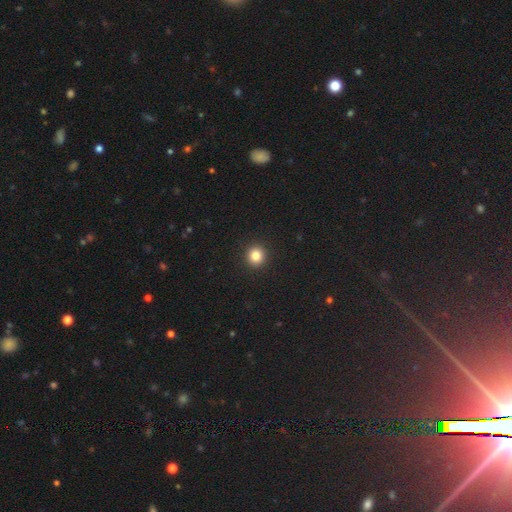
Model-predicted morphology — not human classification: type=smooth (83%); roundness=round (93%); merging=none (93%).